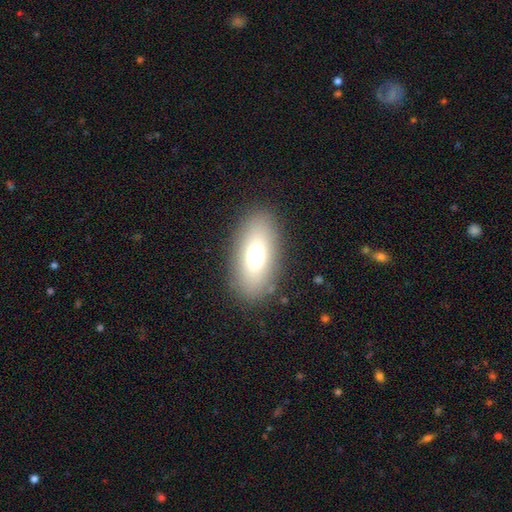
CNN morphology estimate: smooth-or-featured: smooth: 68% | featured or disk: 20% | star or artifact: 12%
  how-rounded: in between: 85% | cigar-shaped: 8% | round: 7%
  merging: none: 85% | minor disturbance: 9% | major disturbance: 5% | merger: 1%